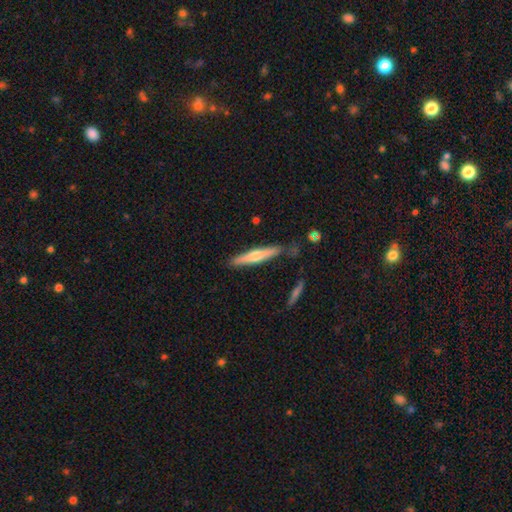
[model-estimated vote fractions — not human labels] Smooth or featured? featured or disk (51%)
Edge-on disk? yes (95%)
Merging? none (83%)